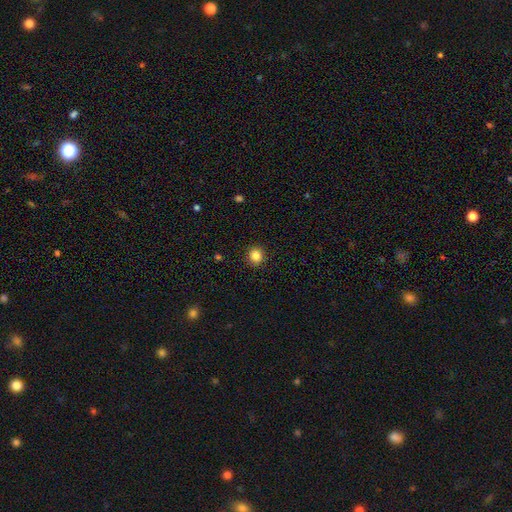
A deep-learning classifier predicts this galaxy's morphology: Smooth or featured: smooth — 84% (star or artifact — 11%)
How rounded: round — 88% (in between — 11%)
Merging: none — 92% (minor disturbance — 5%)